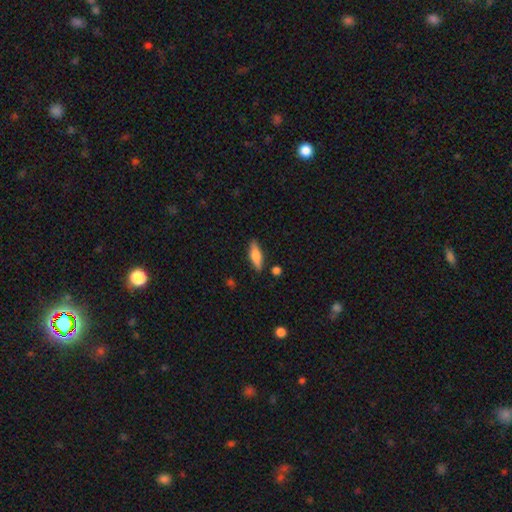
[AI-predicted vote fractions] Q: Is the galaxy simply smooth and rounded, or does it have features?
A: smooth — 63%.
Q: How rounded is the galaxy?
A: in between — 53%.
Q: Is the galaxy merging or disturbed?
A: none — 85%.